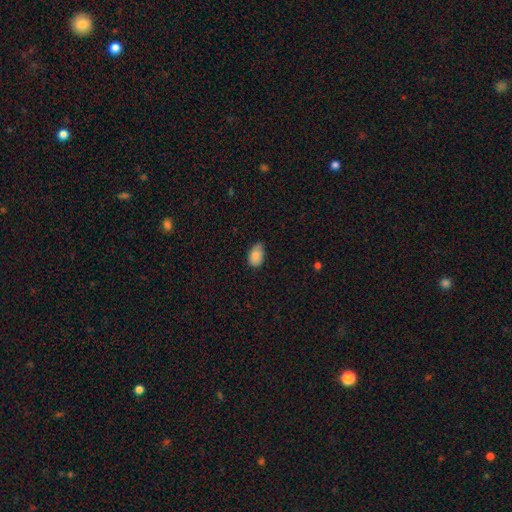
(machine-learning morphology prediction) Overall: smooth (88%). How rounded: in between (91%). Merging: none (62%; minor disturbance 33%).